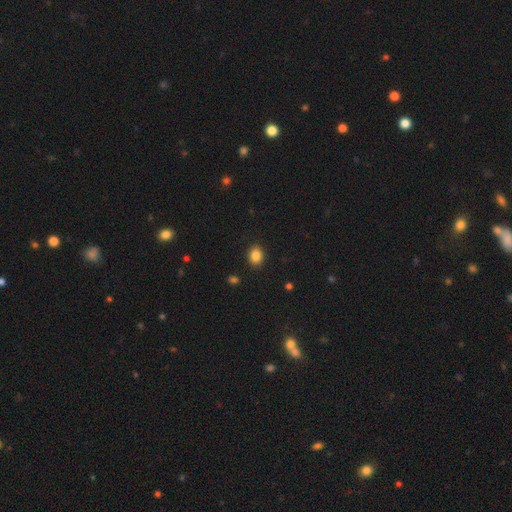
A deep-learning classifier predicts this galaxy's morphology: Smooth or featured?
  - smooth: 86% *
  - star or artifact: 10%
  - featured or disk: 4%
How rounded?
  - in between: 52% *
  - round: 47%
  - cigar-shaped: 1%
Merging?
  - none: 90% *
  - minor disturbance: 7%
  - major disturbance: 2%
  - merger: 1%